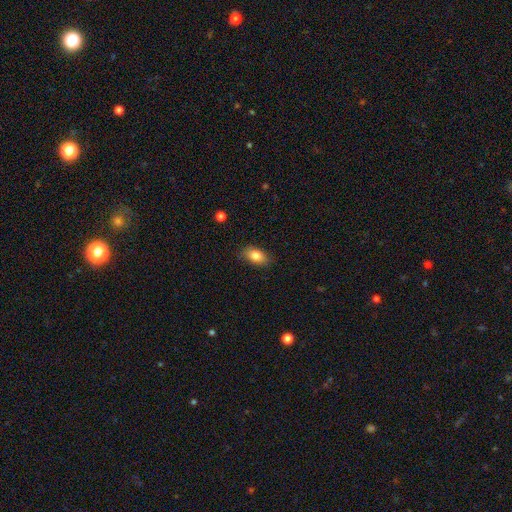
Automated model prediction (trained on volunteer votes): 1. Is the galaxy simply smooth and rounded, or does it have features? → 83% smooth, 9% featured or disk, 8% star or artifact.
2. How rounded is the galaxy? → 89% in between, 9% round, 2% cigar-shaped.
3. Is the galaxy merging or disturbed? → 81% none, 15% minor disturbance, 3% major disturbance, 1% merger.